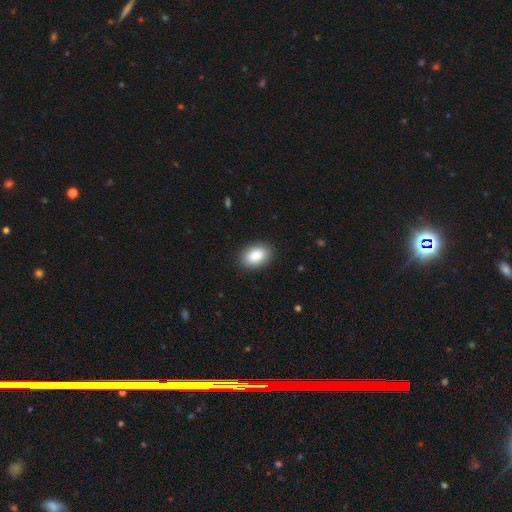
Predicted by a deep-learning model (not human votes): The model was most divided on "how rounded": in between: 90%, round: 9%, cigar-shaped: 1%. More confident: smooth or featured — smooth (89%); merging — none (89%).